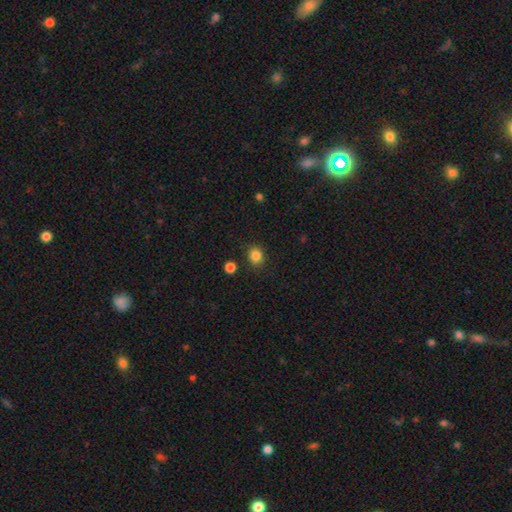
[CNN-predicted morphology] smooth 85%, star or artifact 11%, featured or disk 4%. Down the decision tree: how rounded — round (71%); merging — none (86%).